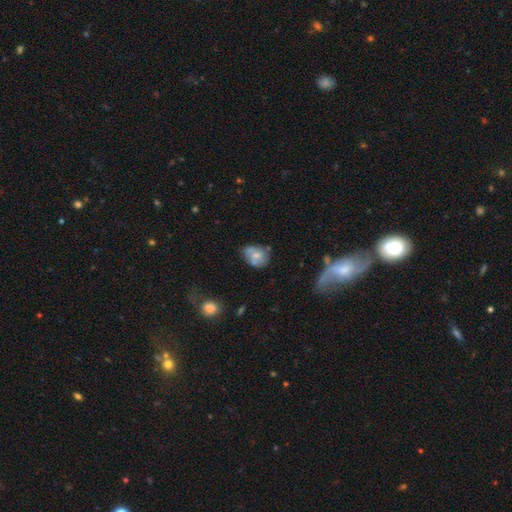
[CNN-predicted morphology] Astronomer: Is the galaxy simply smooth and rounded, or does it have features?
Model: smooth — 56% (runner-up: featured or disk, 35%).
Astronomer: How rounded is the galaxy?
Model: in between — 60% (runner-up: round, 39%).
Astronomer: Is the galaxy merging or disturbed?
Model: none — 46% (runner-up: minor disturbance, 28%).